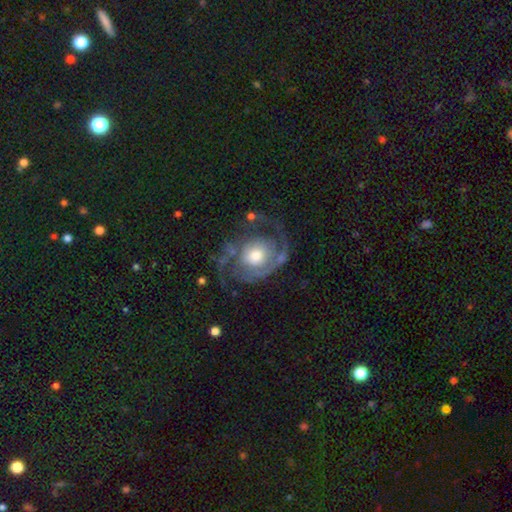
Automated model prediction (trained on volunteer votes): smooth_or_featured: featured or disk (p=0.79) [alt: smooth p=0.16]
disk_edge_on: no (p=0.97) [alt: yes p=0.03]
bar: no (p=0.77) [alt: weak p=0.19]
has_spiral_arms: yes (p=0.85) [alt: no p=0.15]
spiral_winding: medium (p=0.40) [alt: tight p=0.37]
spiral_arm_count: 2 (p=0.52) [alt: 1 p=0.18]
bulge_size: moderate (p=0.64) [alt: small p=0.18]
merging: none (p=0.48) [alt: major disturbance p=0.29]